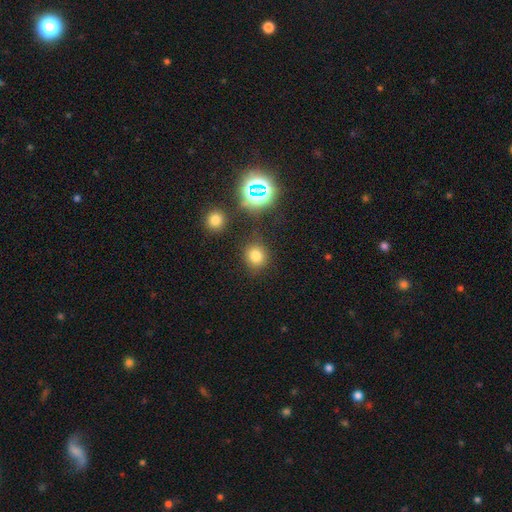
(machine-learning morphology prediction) type=smooth (73%); roundness=round (84%); merging=none (82%).